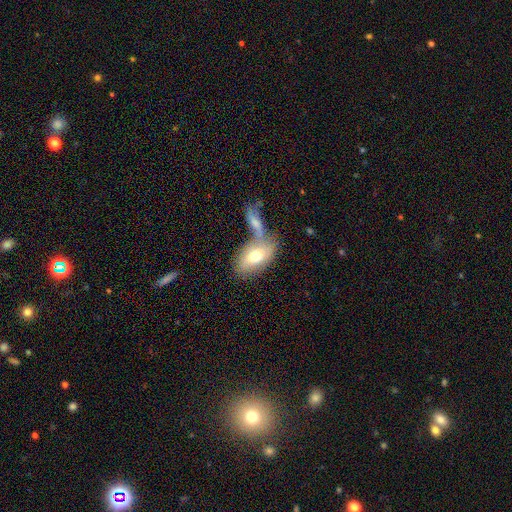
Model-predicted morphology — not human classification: Overall: smooth (65%; featured or disk 28%). How rounded: in between (89%). Merging: merger (43%; none 38%).